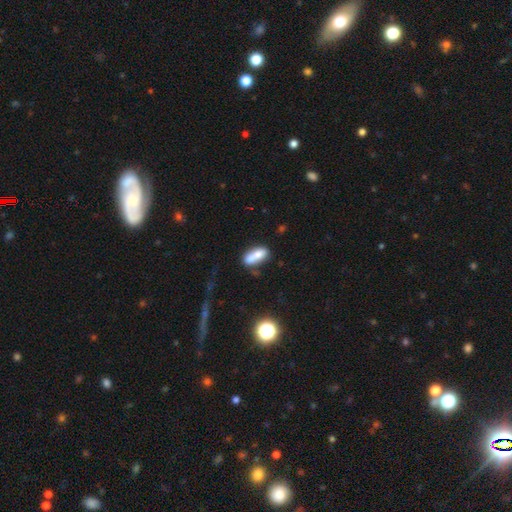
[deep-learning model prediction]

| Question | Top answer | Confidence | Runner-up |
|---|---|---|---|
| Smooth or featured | smooth | 67% | featured or disk (24%) |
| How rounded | in between | 73% | cigar-shaped (21%) |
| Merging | merger | 46% | none (35%) |